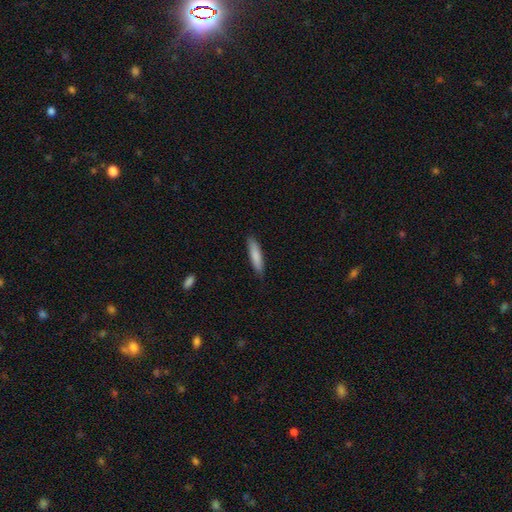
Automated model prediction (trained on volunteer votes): smooth_or_featured: smooth (p=0.82) [alt: featured or disk p=0.12]
how_rounded: cigar-shaped (p=0.82) [alt: in between p=0.17]
merging: none (p=0.86) [alt: minor disturbance p=0.11]